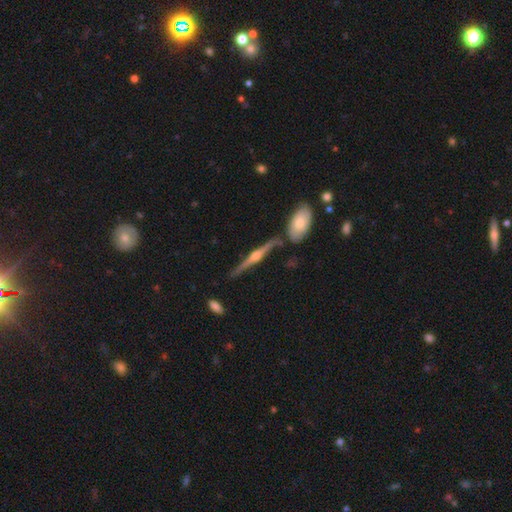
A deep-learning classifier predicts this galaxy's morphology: A featured or disk galaxy (84%) viewed edge-on (98%) with a rounded central bulge (92%). Merging: none (82%).